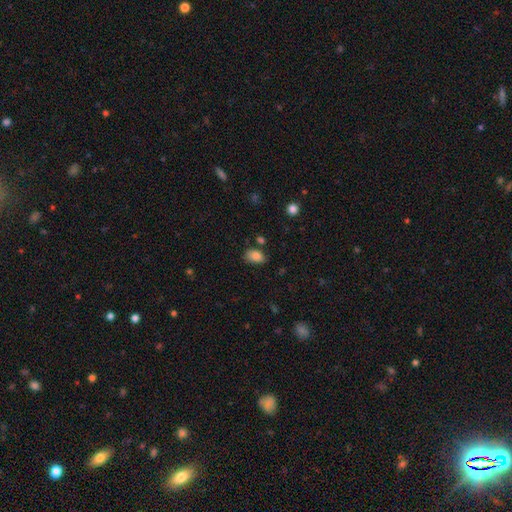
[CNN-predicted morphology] This appears to be a smooth galaxy with no disk features (84%) that is in between round and cigar-shaped (88%). Merging: none (72%).